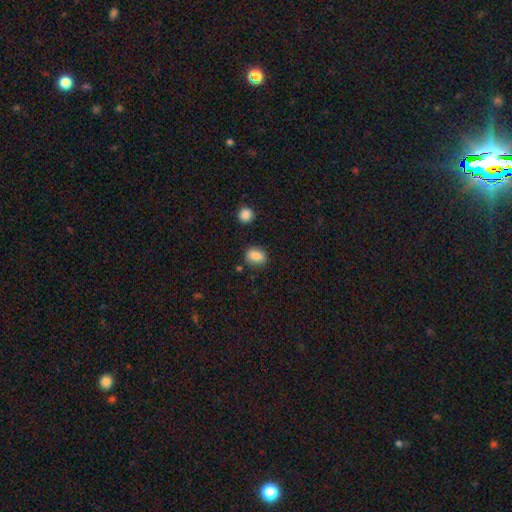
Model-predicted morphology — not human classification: Smooth or featured? smooth (84%)
How rounded? in between (61%)
Merging? none (81%)